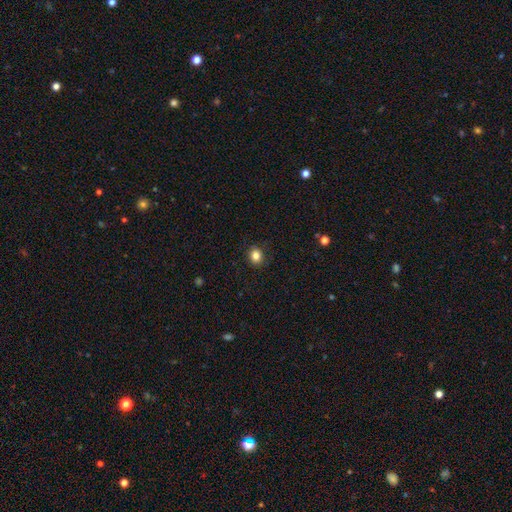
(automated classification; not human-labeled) The model was most divided on "how rounded": round: 69%, in between: 30%, cigar-shaped: 1%. More confident: merging — none (88%); smooth or featured — smooth (84%).